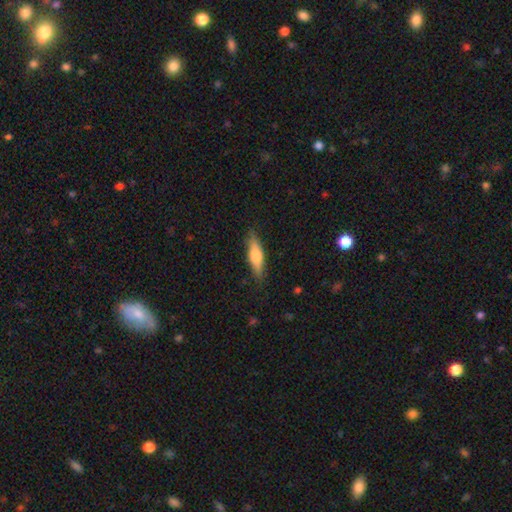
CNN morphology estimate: smooth_or_featured: smooth (p=0.62) [alt: featured or disk p=0.32]
how_rounded: cigar-shaped (p=0.62) [alt: in between p=0.36]
merging: none (p=0.84) [alt: minor disturbance p=0.12]